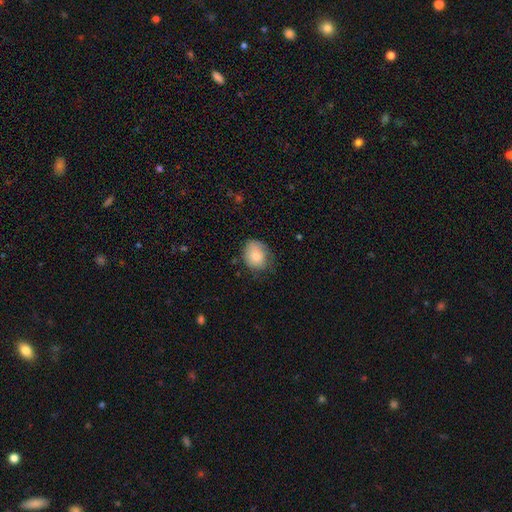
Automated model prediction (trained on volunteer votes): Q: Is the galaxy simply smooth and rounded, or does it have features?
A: smooth — 81%.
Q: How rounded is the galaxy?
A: round — 50%.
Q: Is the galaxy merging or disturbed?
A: none — 59%.